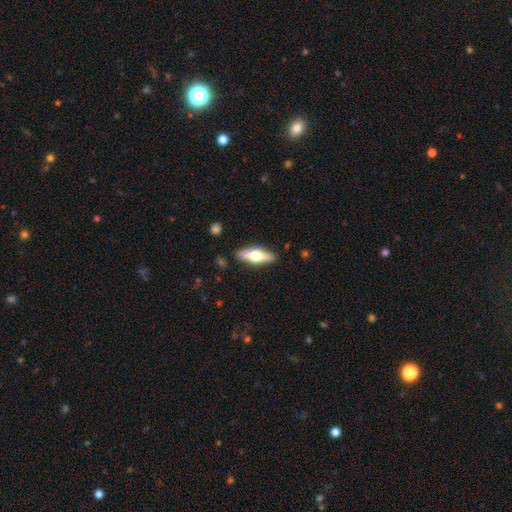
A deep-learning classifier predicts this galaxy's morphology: A featured or disk galaxy (53%) viewed edge-on (88%). Merging: none (85%).